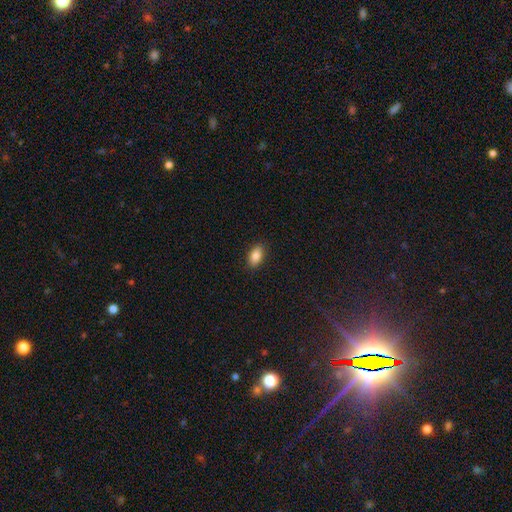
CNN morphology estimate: This appears to be a smooth galaxy with no disk features (85%) that is in between round and cigar-shaped (91%). Merging: none (89%).